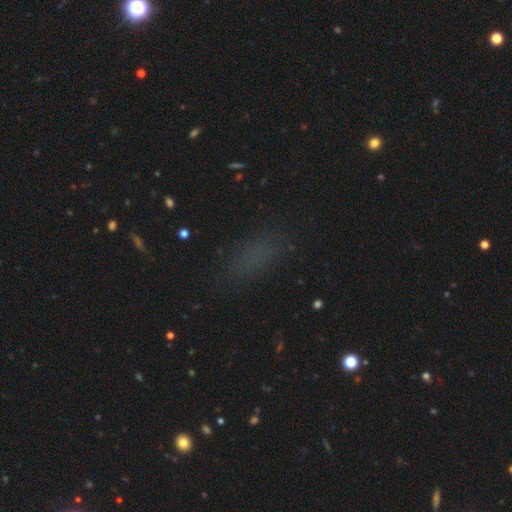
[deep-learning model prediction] This is possibly a smooth galaxy (59%). How rounded: likely in between (63%). Merging: likely none (78%).